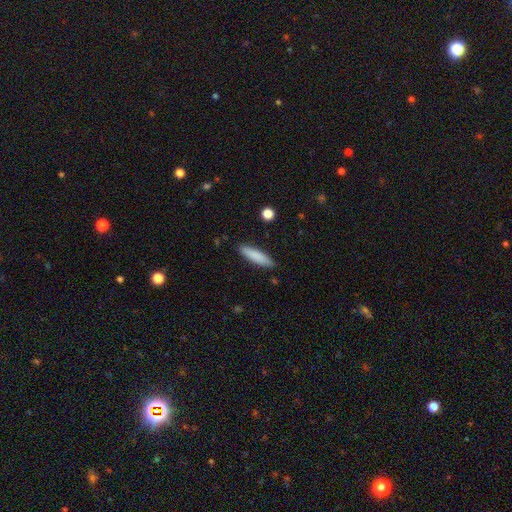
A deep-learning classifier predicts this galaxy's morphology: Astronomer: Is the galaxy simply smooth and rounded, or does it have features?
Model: smooth — 84%.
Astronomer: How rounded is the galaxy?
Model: cigar-shaped — 73%.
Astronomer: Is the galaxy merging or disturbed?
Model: none — 88%.